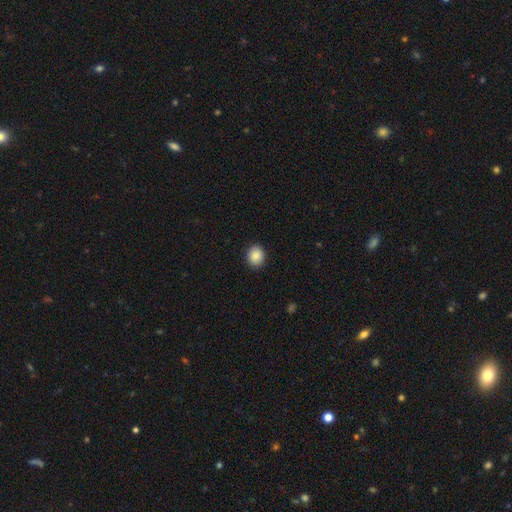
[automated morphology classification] smooth_or_featured: smooth (p=0.88) [alt: star or artifact p=0.08]
how_rounded: round (p=0.61) [alt: in between p=0.38]
merging: none (p=0.90) [alt: minor disturbance p=0.07]